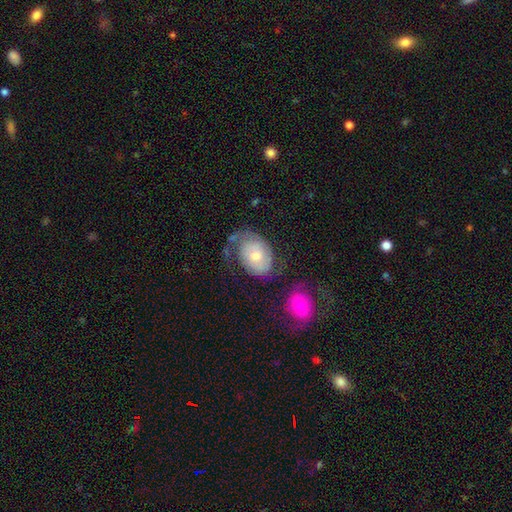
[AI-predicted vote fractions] This is possibly a featured or disk galaxy (57%). It is clearly not viewed edge-on (97%). Bar: likely no (73%). Spiral arm pattern: clearly yes (82%). Central bulge: possibly moderate (56%). Merging: possibly none (46%).